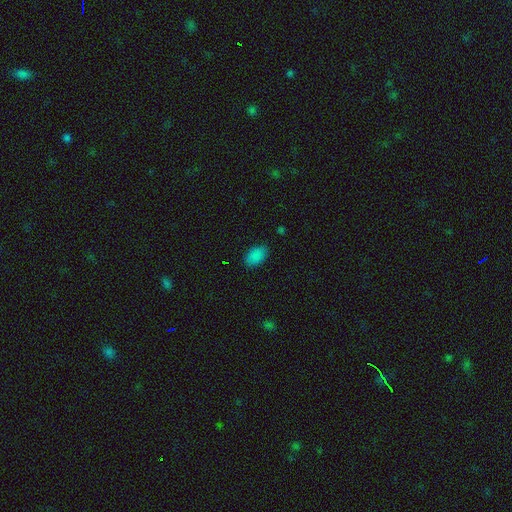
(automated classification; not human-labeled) Morphology: type=smooth (85%); roundness=in between (91%); merging=none (84%).